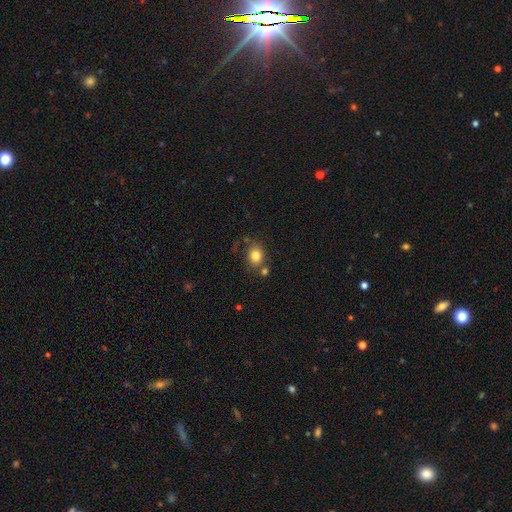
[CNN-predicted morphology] Smooth or featured: smooth — 80% (star or artifact — 11%)
How rounded: round — 58% (in between — 41%)
Merging: none — 65% (merger — 15%)